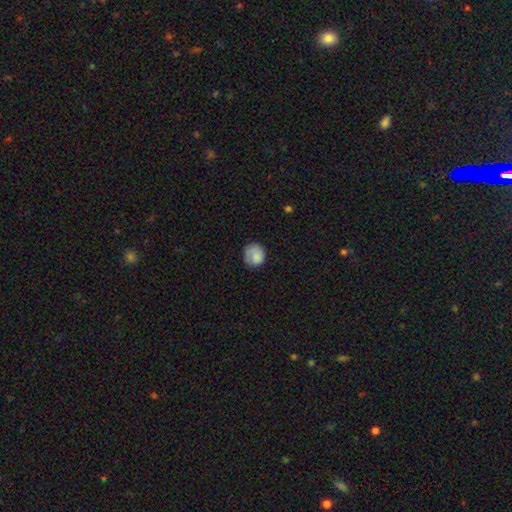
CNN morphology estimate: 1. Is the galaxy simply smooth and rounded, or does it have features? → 80% smooth, 14% featured or disk, 7% star or artifact.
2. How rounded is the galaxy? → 78% round, 21% in between, 1% cigar-shaped.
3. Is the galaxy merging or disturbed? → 67% none, 21% minor disturbance, 11% major disturbance, 2% merger.